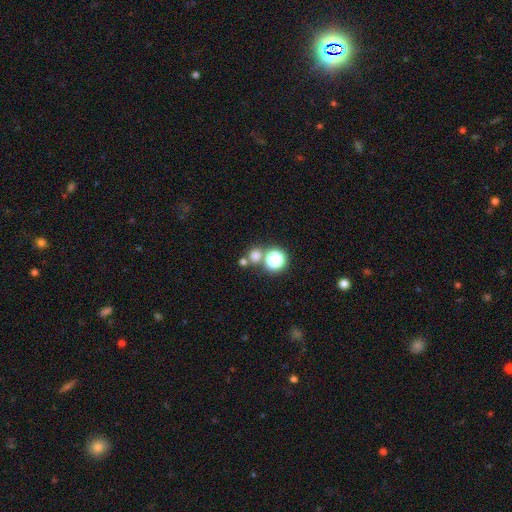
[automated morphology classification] This is likely a smooth galaxy (67%). How rounded: clearly round (86%). Merging: likely none (64%).